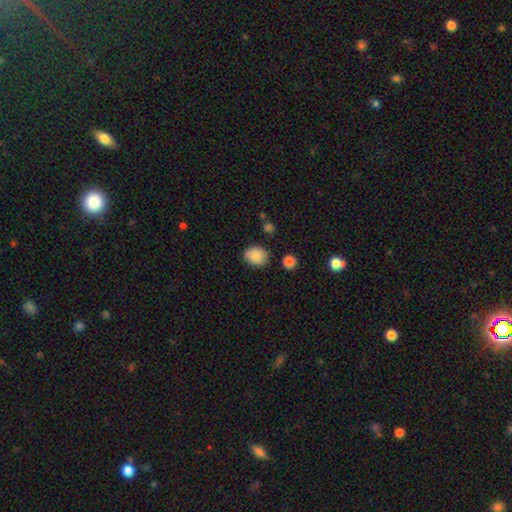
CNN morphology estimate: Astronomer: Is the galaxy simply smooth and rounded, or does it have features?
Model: smooth — 85%.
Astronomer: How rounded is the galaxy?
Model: round — 52% (runner-up: in between, 47%).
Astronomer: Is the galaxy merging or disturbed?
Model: none — 81%.